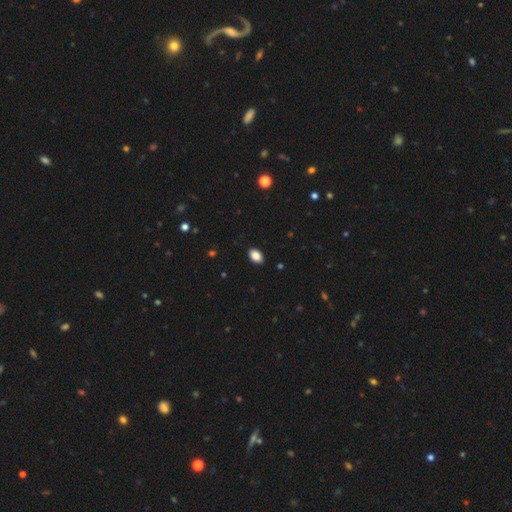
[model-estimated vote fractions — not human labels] A smooth galaxy with no disk features (87%) that is in between round and cigar-shaped (86%). Merging: none (90%).